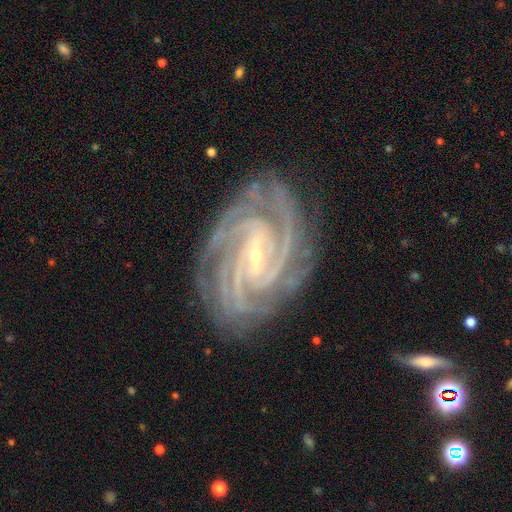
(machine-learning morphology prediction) A featured or disk galaxy (93%) with a strong bar (47%), 4 (38%) tight (76%) spiral arms (99%) and a small central bulge (81%).

Vote fractions:
- Smooth or featured? featured or disk: 93% / star or artifact: 5% / smooth: 2%
- Edge-on disk? no: 97% / yes: 3%
- Bar? strong: 47% / weak: 38% / no: 15%
- Spiral arms? yes: 99% / no: 1%
- Spiral winding? tight: 76% / medium: 22% / loose: 3%
- Spiral arm count? 4: 38% / 3: 20% / more than 4: 15% / 2: 11% / can't tell: 10% / 1: 7%
- Bulge size? small: 81% / moderate: 15% / none: 2% / large: 1% / dominant: 1%
- Merging? none: 82% / minor disturbance: 13% / major disturbance: 4% / merger: 1%